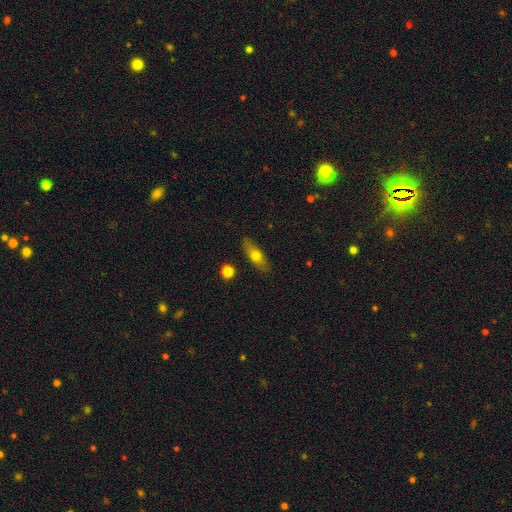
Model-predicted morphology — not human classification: Smooth or featured? Predicted: smooth (p=0.59). How rounded? Predicted: in between (p=0.53). Merging? Predicted: none (p=0.86).